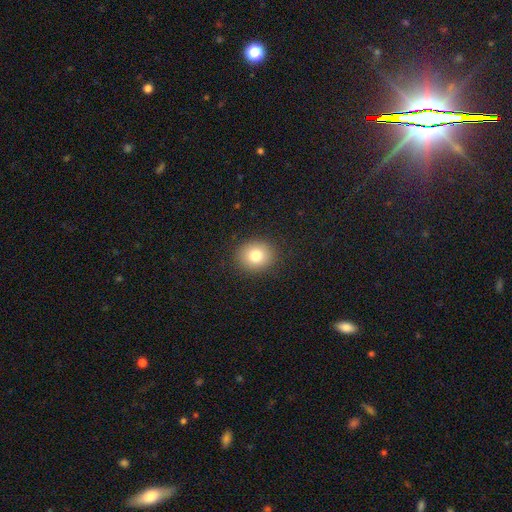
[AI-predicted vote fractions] Morphology: type=smooth (79%); roundness=round (73%); merging=none (90%).